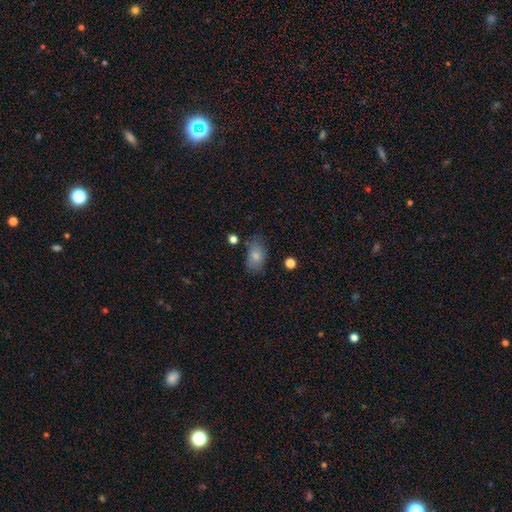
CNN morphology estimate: This is clearly a smooth galaxy (81%). How rounded: clearly in between (90%). Merging: likely none (72%).